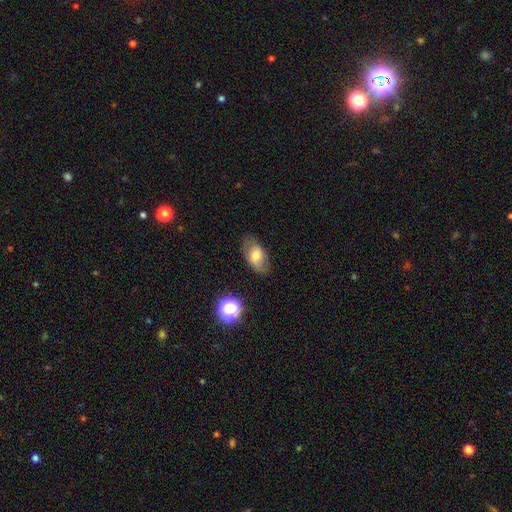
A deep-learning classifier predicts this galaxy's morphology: Smooth or featured? smooth (67%)
How rounded? in between (87%)
Merging? none (72%)